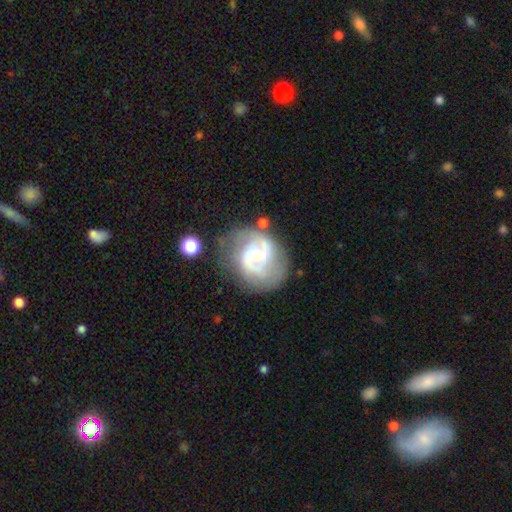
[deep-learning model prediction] Q: Smooth or featured?
A: featured or disk (82%); runner-up: smooth (12%)
Q: Edge-on disk?
A: no (98%); runner-up: yes (2%)
Q: Bar?
A: weak (46%); runner-up: no (37%)
Q: Spiral arms?
A: yes (91%); runner-up: no (9%)
Q: Spiral winding?
A: medium (50%); runner-up: tight (27%)
Q: Spiral arm count?
A: 2 (77%); runner-up: can't tell (12%)
Q: Bulge size?
A: small (53%); runner-up: moderate (42%)
Q: Merging?
A: none (59%); runner-up: minor disturbance (22%)